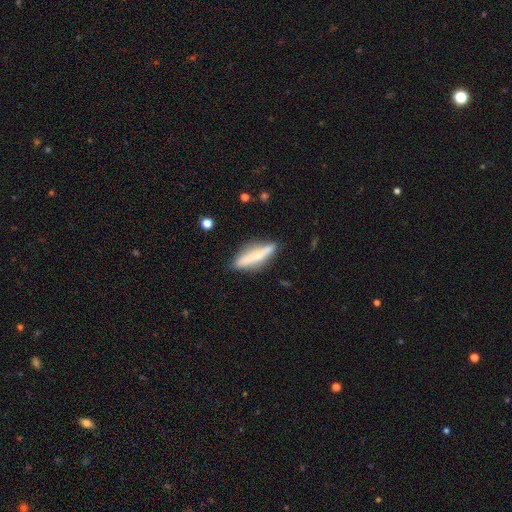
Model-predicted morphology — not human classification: smooth 49%, featured or disk 44%, star or artifact 7%. Down the decision tree: merging — none (81%).